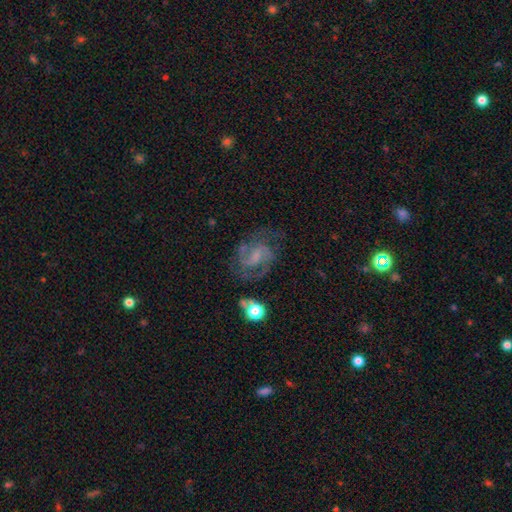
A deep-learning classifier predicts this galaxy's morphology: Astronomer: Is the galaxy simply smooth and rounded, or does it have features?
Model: featured or disk — 80%.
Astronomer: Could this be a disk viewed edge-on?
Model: no — 98%.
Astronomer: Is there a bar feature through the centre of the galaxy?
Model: weak — 51% (runner-up: no, 34%).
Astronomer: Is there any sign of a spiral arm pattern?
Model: yes — 94%.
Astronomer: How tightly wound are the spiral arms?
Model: medium — 55%.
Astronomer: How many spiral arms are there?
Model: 2 — 76%.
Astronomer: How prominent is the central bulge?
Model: none — 37%, tied with small at 37%.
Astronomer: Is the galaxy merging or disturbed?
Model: none — 64%.